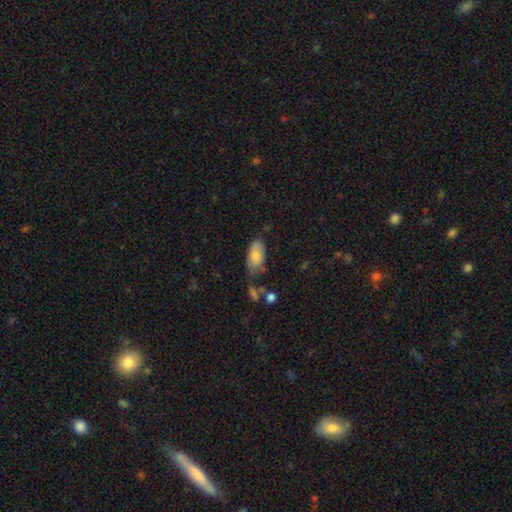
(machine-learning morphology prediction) A smooth galaxy with no disk features (77%) that is in between round and cigar-shaped (93%).

Vote fractions:
- Smooth or featured? smooth: 77% / featured or disk: 16% / star or artifact: 7%
- How rounded? in between: 93% / cigar-shaped: 4% / round: 3%
- Merging? none: 51% / minor disturbance: 32% / major disturbance: 10% / merger: 7%